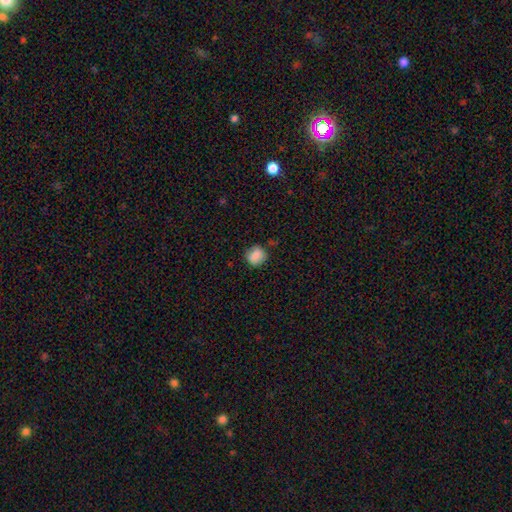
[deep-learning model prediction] Smooth or featured? smooth (86%)
How rounded? round (72%)
Merging? none (74%)